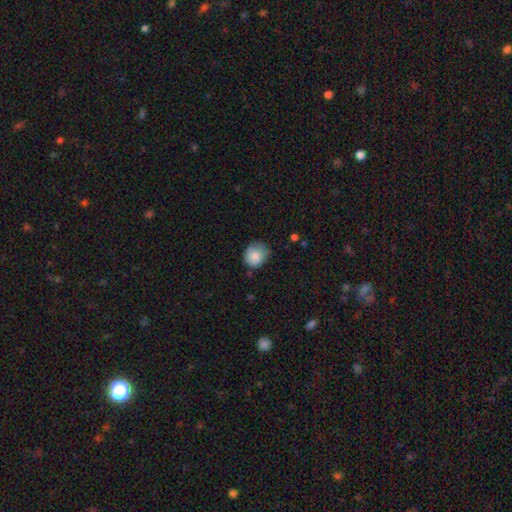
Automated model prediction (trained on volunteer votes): A smooth galaxy with no disk features (85%) that is round (84%).

Vote fractions:
- Smooth or featured? smooth: 85% / star or artifact: 8% / featured or disk: 7%
- How rounded? round: 84% / in between: 15% / cigar-shaped: 1%
- Merging? none: 60% / minor disturbance: 32% / major disturbance: 6% / merger: 2%